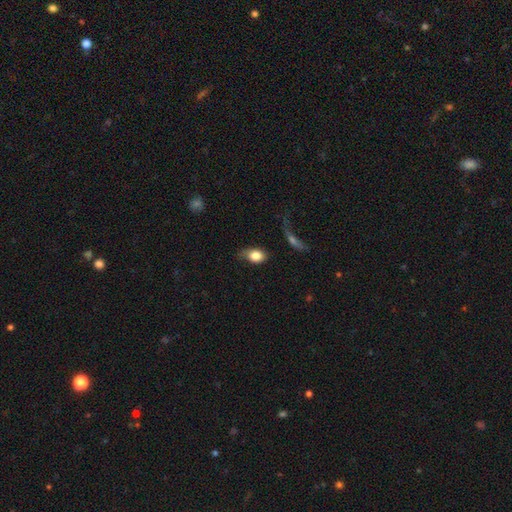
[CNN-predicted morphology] Overall: smooth (80%). How rounded: in between (72%). Merging: none (43%; minor disturbance 31%).